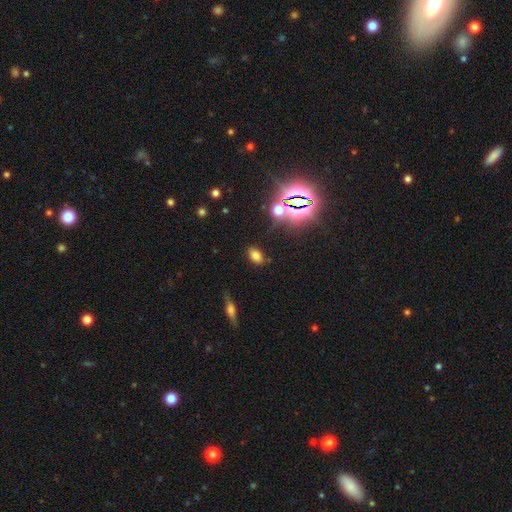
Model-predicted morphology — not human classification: smooth 70%, star or artifact 21%, featured or disk 8%. Down the decision tree: how rounded — in between (86%); merging — none (84%).